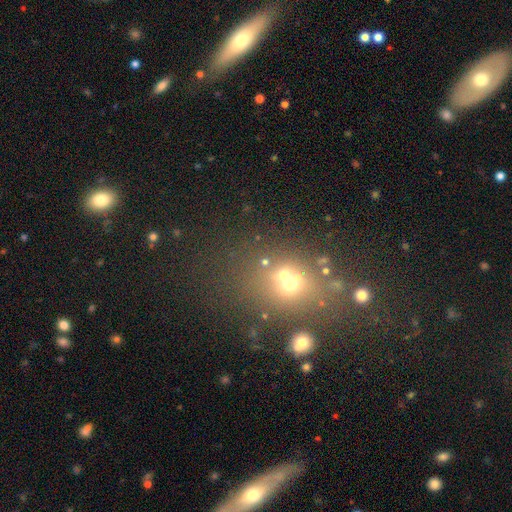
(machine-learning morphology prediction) Smooth or featured: smooth — 49% (star or artifact — 31%)
Merging: none — 68% (minor disturbance — 14%)